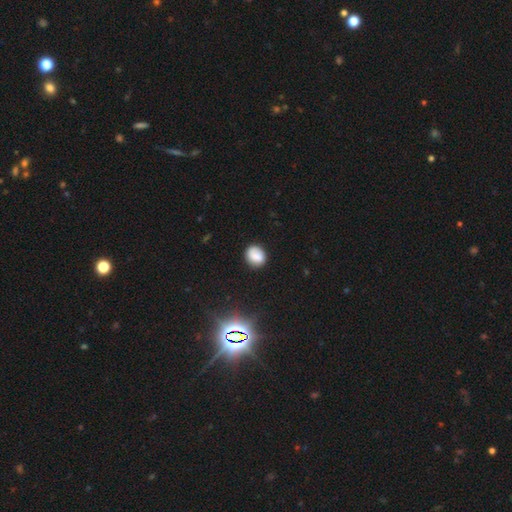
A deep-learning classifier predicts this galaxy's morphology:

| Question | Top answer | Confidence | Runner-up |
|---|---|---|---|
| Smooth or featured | smooth | 82% | star or artifact (10%) |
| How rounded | round | 61% | in between (38%) |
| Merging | none | 78% | minor disturbance (16%) |